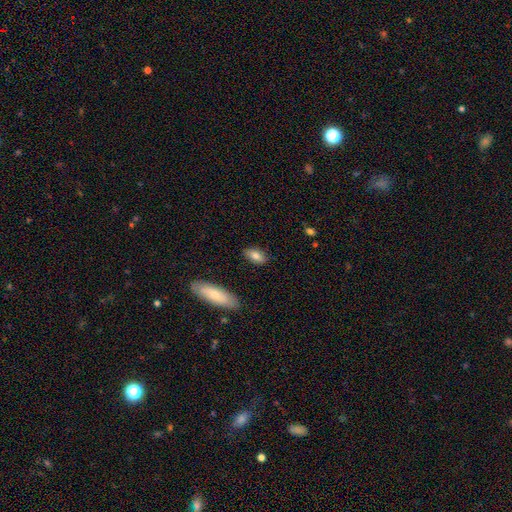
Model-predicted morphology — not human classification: smooth-or-featured: smooth: 79% | featured or disk: 13% | star or artifact: 7%
  how-rounded: in between: 87% | cigar-shaped: 8% | round: 5%
  merging: none: 85% | minor disturbance: 11% | major disturbance: 2% | merger: 2%